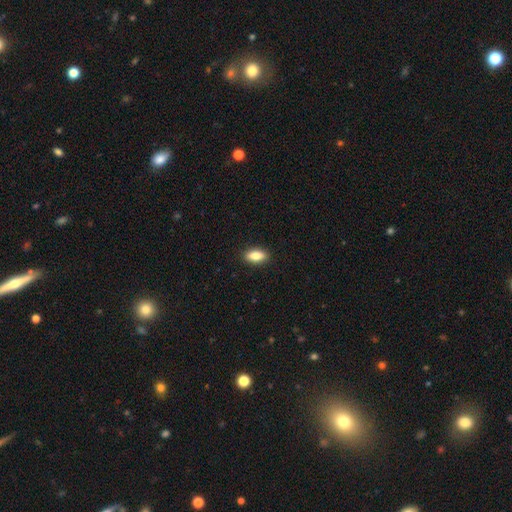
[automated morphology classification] The model was most divided on "how rounded": in between: 81%, cigar-shaped: 16%, round: 4%. More confident: merging — none (90%); smooth or featured — smooth (80%).